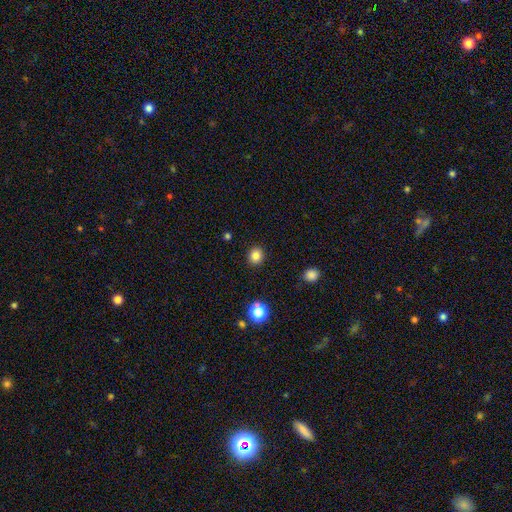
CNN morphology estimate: Smooth or featured?
  - smooth: 83% *
  - star or artifact: 12%
  - featured or disk: 5%
How rounded?
  - round: 82% *
  - in between: 18%
  - cigar-shaped: 1%
Merging?
  - none: 91% *
  - minor disturbance: 6%
  - major disturbance: 2%
  - merger: 1%